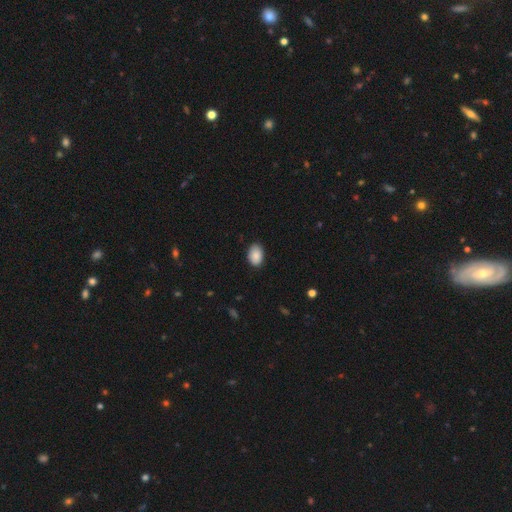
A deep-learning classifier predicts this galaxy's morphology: The model was most divided on "merging": none: 84%, minor disturbance: 13%, major disturbance: 2%, merger: 1%. More confident: smooth or featured — smooth (89%); how rounded — in between (86%).